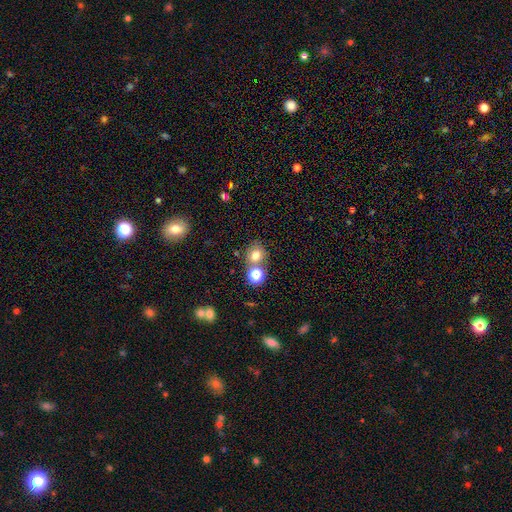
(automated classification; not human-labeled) Smooth or featured: smooth — 72% (star or artifact — 18%)
How rounded: round — 70% (in between — 29%)
Merging: none — 64% (merger — 22%)